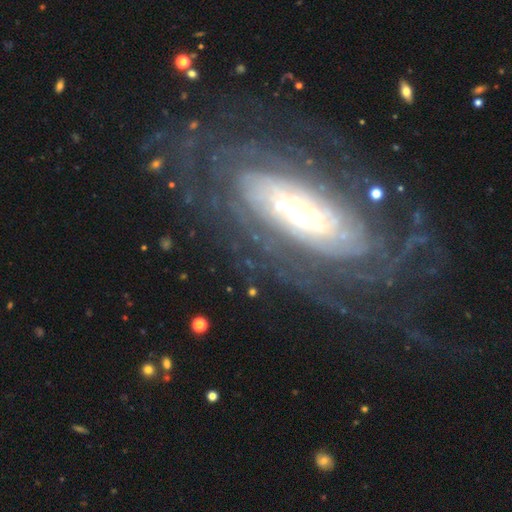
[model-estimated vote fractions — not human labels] The model was most divided on "bulge size": moderate: 37%, large: 31%, small: 25%, dominant: 5%, none: 2%. Remaining: spiral arms — yes (95%); edge-on disk — no (90%); smooth or featured — featured or disk (86%); spiral winding — tight (77%); merging — none (76%); bar — no (50%); spiral arm count — can't tell (40%).